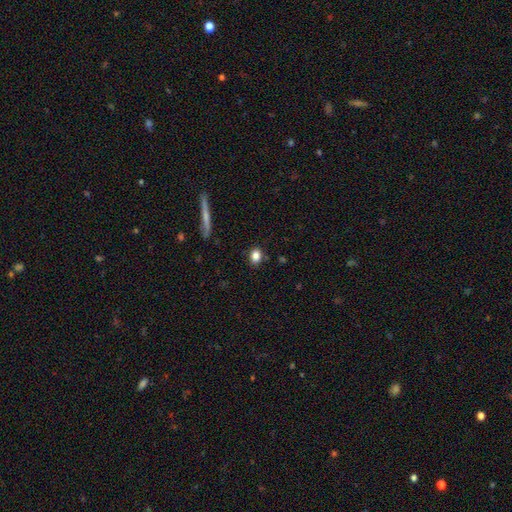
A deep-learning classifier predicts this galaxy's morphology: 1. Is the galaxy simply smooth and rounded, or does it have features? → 83% smooth, 10% star or artifact, 7% featured or disk.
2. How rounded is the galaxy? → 53% in between, 44% round, 3% cigar-shaped.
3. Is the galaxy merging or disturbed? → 86% none, 10% minor disturbance, 2% major disturbance, 2% merger.